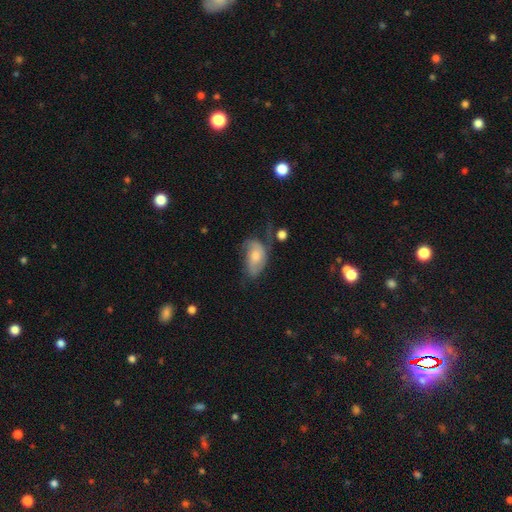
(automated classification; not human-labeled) Smooth or featured? smooth (49%)
Merging? major disturbance (32%)